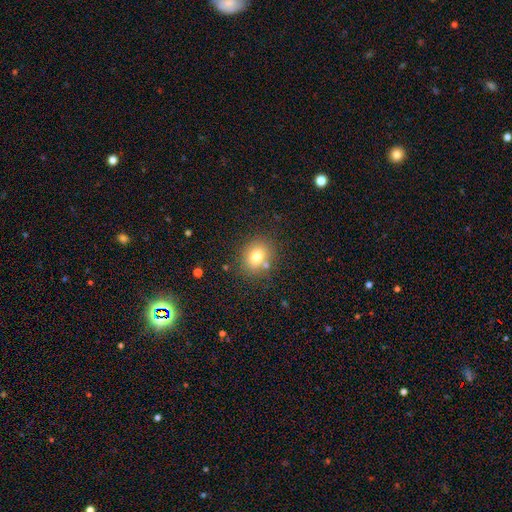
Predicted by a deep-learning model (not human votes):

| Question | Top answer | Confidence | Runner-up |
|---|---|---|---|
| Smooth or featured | smooth | 77% | star or artifact (12%) |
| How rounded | round | 61% | in between (38%) |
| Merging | none | 76% | minor disturbance (12%) |